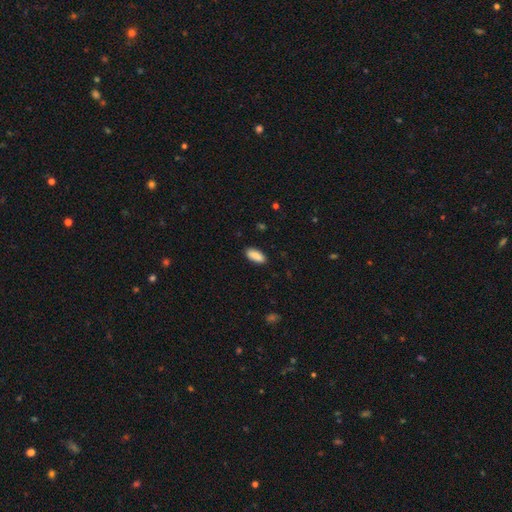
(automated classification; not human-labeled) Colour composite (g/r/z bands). It shows a smooth galaxy with no disk features (89%) that is in between round and cigar-shaped (85%). Merging: none (89%).